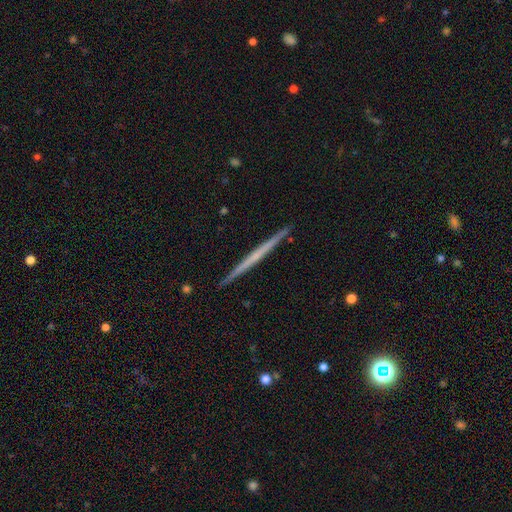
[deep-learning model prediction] smooth_or_featured: featured or disk (p=0.60) [alt: smooth p=0.35]
disk_edge_on: yes (p=0.98) [alt: no p=0.02]
edge_on_bulge: none (p=0.87) [alt: rounded p=0.10]
merging: none (p=0.93) [alt: minor disturbance p=0.05]